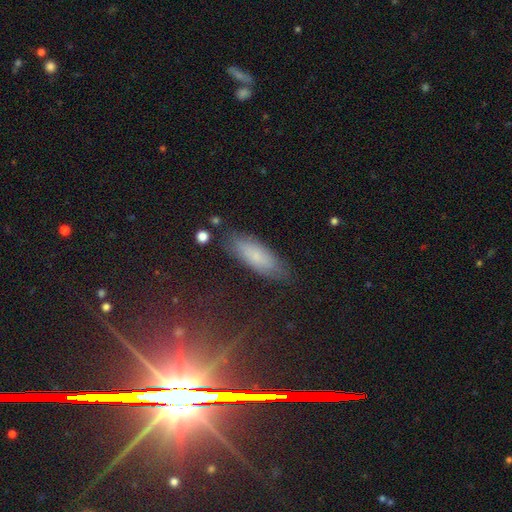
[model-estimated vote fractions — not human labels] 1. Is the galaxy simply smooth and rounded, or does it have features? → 70% smooth, 20% featured or disk, 10% star or artifact.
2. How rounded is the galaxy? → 53% in between, 45% cigar-shaped, 2% round.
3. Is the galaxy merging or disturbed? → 82% none, 13% minor disturbance, 3% major disturbance, 2% merger.